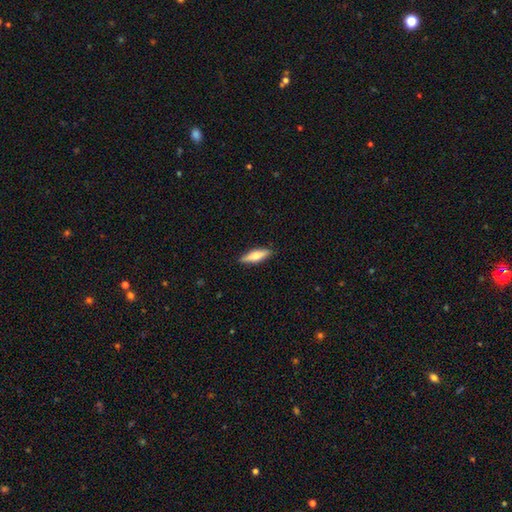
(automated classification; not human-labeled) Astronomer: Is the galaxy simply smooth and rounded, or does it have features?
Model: smooth — 65%.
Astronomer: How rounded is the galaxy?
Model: cigar-shaped — 62%.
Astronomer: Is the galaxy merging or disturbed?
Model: none — 89%.